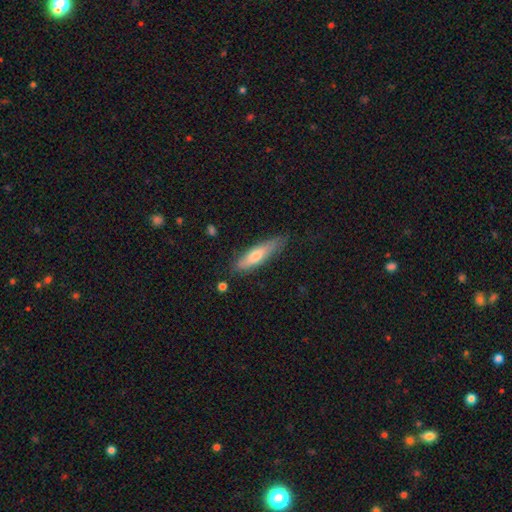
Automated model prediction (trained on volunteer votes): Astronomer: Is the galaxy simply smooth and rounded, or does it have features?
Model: smooth — 66%.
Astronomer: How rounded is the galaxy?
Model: cigar-shaped — 69%.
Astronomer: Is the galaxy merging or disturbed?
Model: none — 77%.